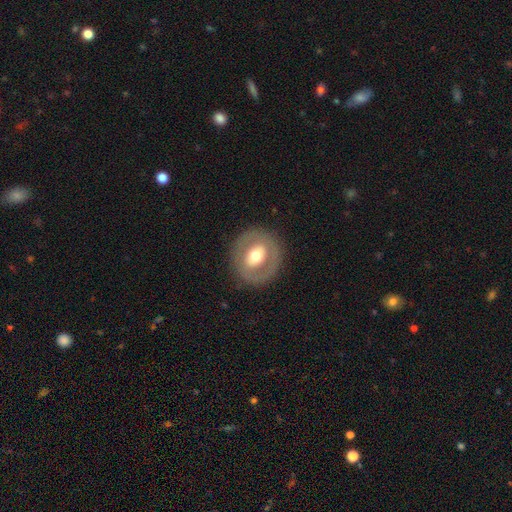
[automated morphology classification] Overall: featured or disk (50%; smooth 44%). Merging: none (84%).